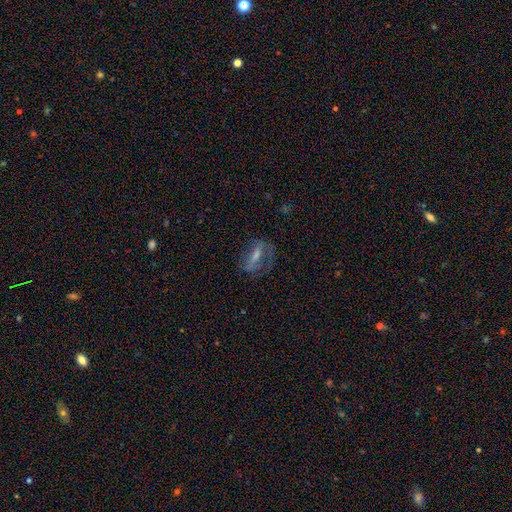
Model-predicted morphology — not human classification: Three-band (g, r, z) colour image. It shows a featured or disk galaxy (55%). Merging: none (54%).